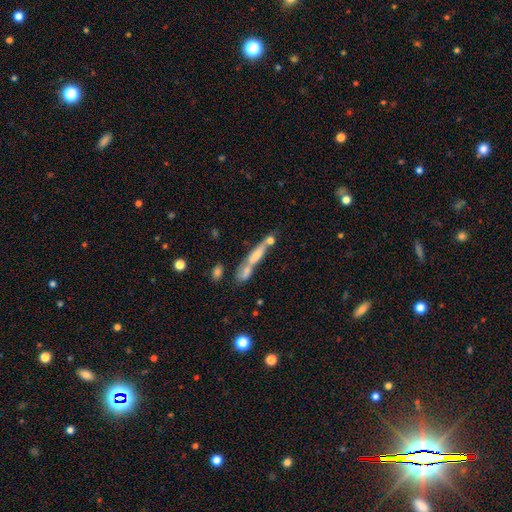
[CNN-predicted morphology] This is possibly a featured or disk galaxy (45%). Merging: possibly none (45%).